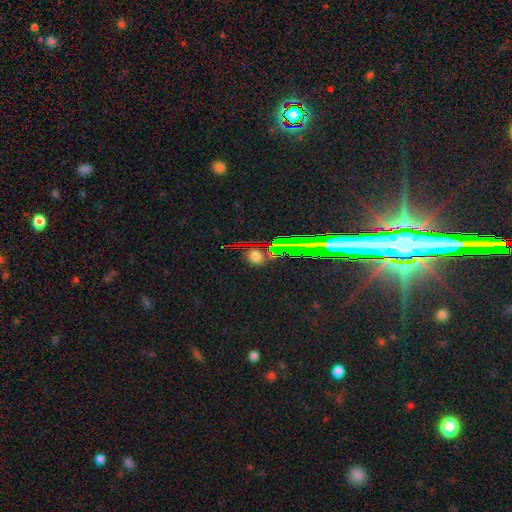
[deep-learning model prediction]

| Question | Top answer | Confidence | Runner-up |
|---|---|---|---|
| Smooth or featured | smooth | 50% | star or artifact (42%) |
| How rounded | round | 77% | in between (20%) |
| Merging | none | 84% | minor disturbance (9%) |